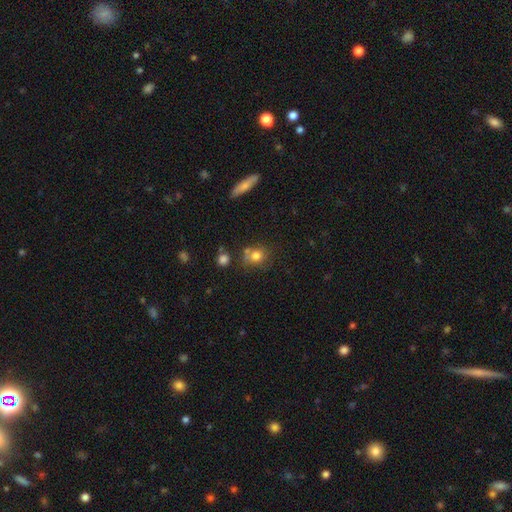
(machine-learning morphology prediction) This is likely a smooth galaxy (77%). How rounded: likely round (72%). Merging: possibly none (58%).